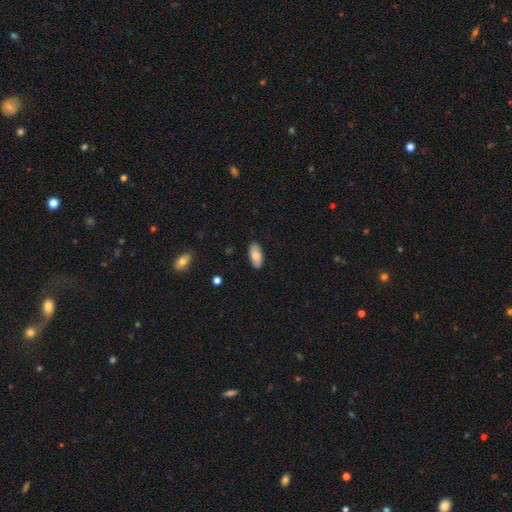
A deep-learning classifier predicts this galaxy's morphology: A smooth galaxy with no disk features (79%) that is in between round and cigar-shaped (93%). Merging: none (87%).